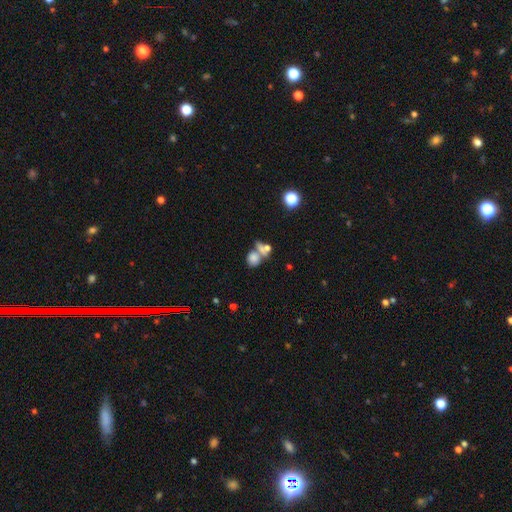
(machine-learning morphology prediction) smooth-or-featured: smooth: 74% | featured or disk: 14% | star or artifact: 12%
  how-rounded: round: 60% | in between: 36% | cigar-shaped: 4%
  merging: merger: 50% | none: 35% | minor disturbance: 9% | major disturbance: 6%